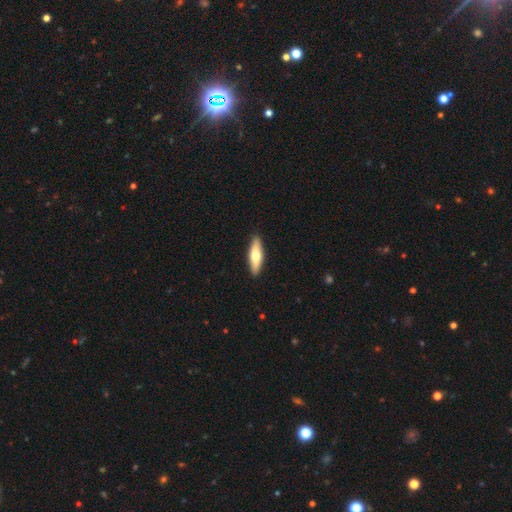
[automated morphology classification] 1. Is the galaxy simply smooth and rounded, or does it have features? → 56% smooth, 39% featured or disk, 5% star or artifact.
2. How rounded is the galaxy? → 61% cigar-shaped, 37% in between, 2% round.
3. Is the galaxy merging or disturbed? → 91% none, 7% minor disturbance, 1% major disturbance, 1% merger.